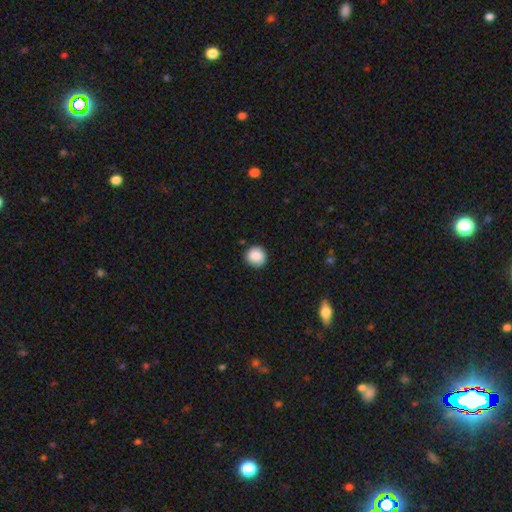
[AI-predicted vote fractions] Morphology: type=smooth (86%); roundness=round (93%); merging=none (87%).